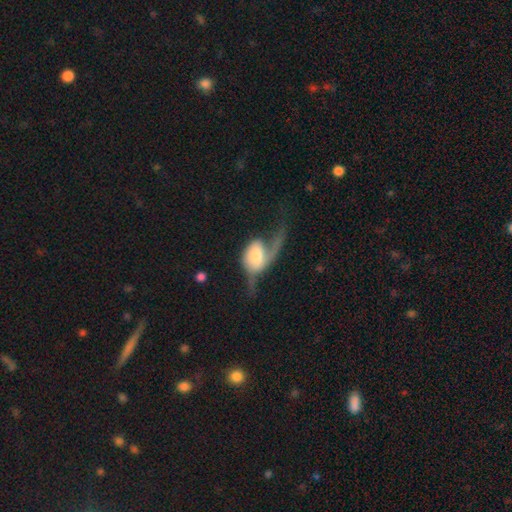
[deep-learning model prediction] This appears to be a featured or disk galaxy (55%). Merging: major disturbance (56%).